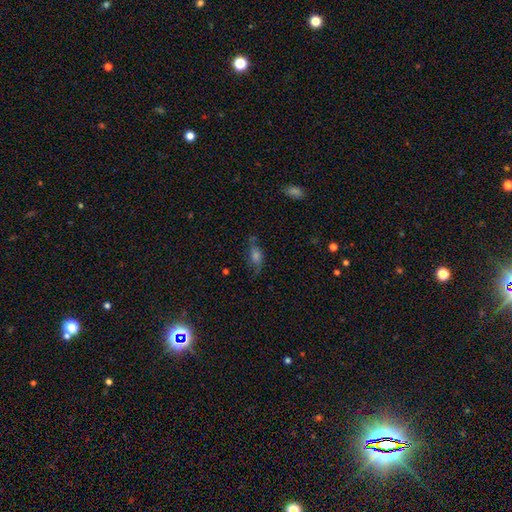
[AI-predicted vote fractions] Smooth or featured: featured or disk — 40% (smooth — 36%)
Merging: none — 67% (minor disturbance — 20%)